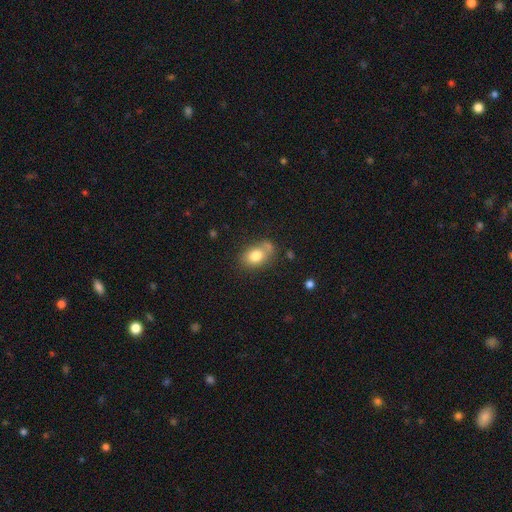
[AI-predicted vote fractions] Smooth or featured: smooth — 79% (featured or disk — 12%)
How rounded: in between — 74% (round — 25%)
Merging: none — 56% (minor disturbance — 19%)